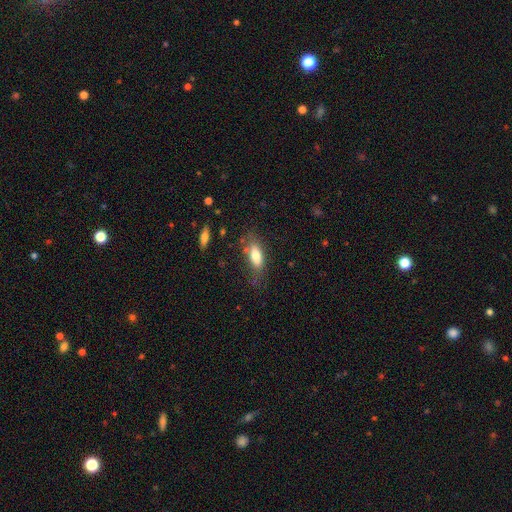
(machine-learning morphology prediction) smooth-or-featured: smooth: 75% | featured or disk: 18% | star or artifact: 7%
  how-rounded: in between: 76% | cigar-shaped: 21% | round: 3%
  merging: none: 65% | minor disturbance: 22% | major disturbance: 8% | merger: 4%